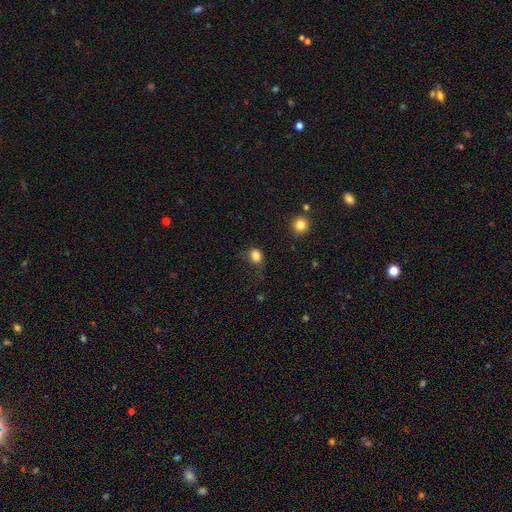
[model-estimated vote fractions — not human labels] Overall: smooth (84%). How rounded: round (54%; in between 45%). Merging: none (68%).